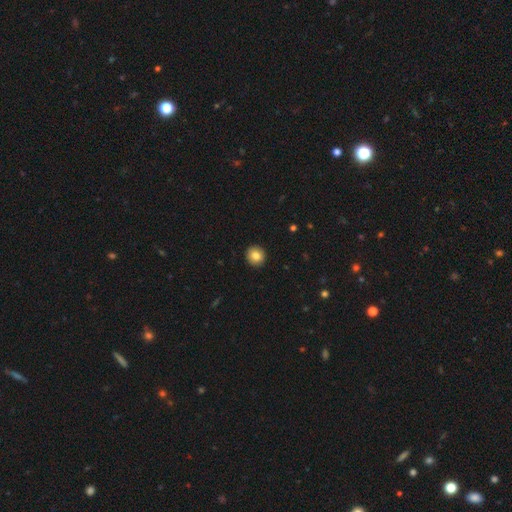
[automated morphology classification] smooth-or-featured: smooth: 84% | star or artifact: 9% | featured or disk: 7%
  how-rounded: round: 92% | in between: 7% | cigar-shaped: 1%
  merging: none: 93% | minor disturbance: 5% | major disturbance: 1% | merger: 1%